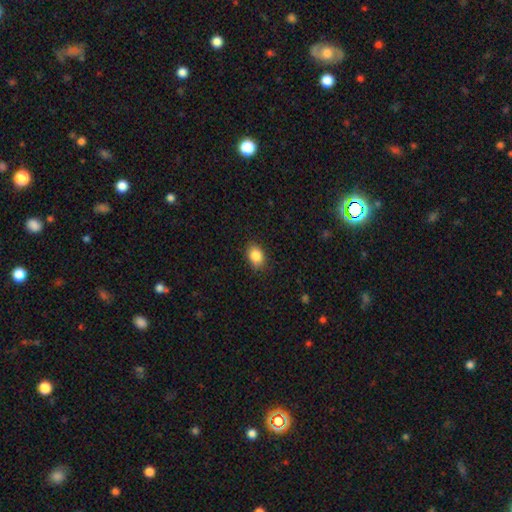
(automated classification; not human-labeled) Smooth or featured? smooth (86%)
How rounded? in between (77%)
Merging? none (86%)